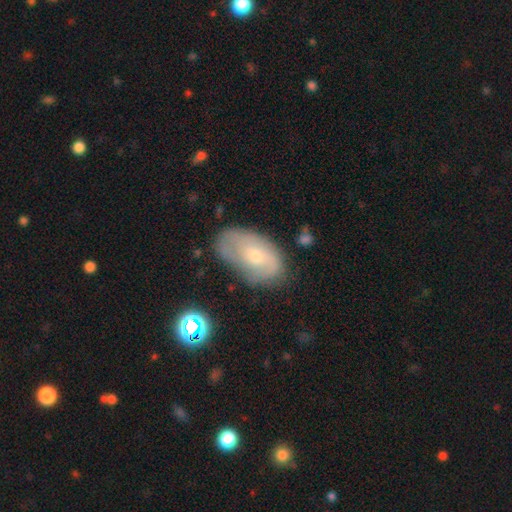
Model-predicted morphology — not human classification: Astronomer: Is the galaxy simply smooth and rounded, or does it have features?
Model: featured or disk — 46% (runner-up: smooth, 44%).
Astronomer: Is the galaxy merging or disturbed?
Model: none — 56%.